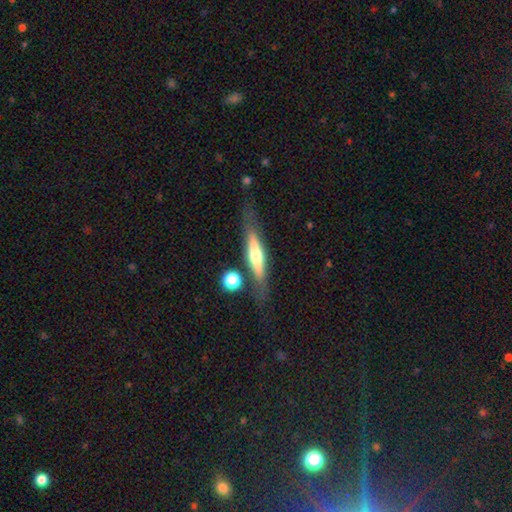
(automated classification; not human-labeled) smooth_or_featured: featured or disk (p=0.60) [alt: smooth p=0.34]
disk_edge_on: yes (p=0.93) [alt: no p=0.07]
edge_on_bulge: rounded (p=0.86) [alt: boxy p=0.07]
merging: none (p=0.72) [alt: minor disturbance p=0.16]